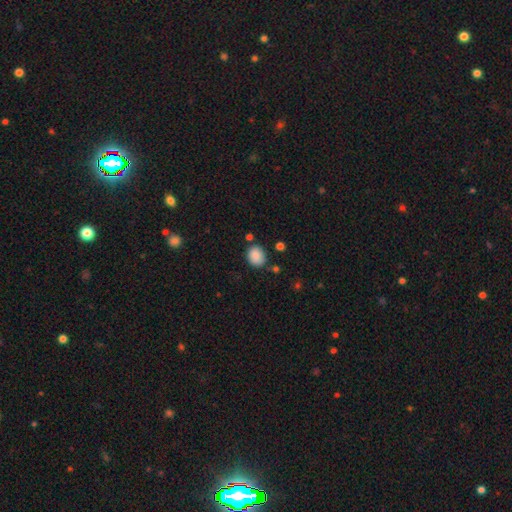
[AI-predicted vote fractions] The model was most divided on "how rounded": round: 60%, in between: 39%, cigar-shaped: 1%. More confident: smooth or featured — smooth (87%); merging — none (77%).